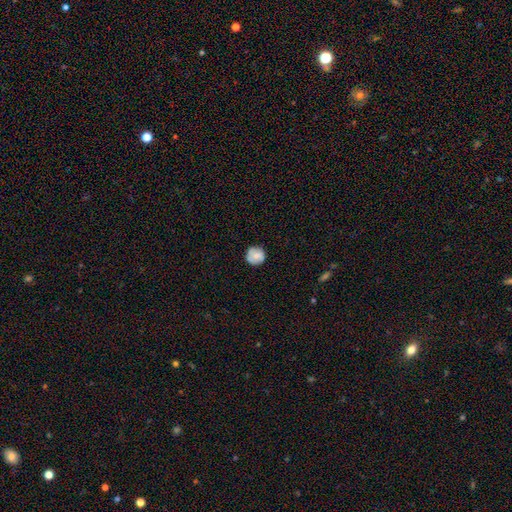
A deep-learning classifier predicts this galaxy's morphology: Q: Smooth or featured?
A: smooth (70%); runner-up: featured or disk (22%)
Q: How rounded?
A: round (90%); runner-up: in between (9%)
Q: Merging?
A: none (77%); runner-up: minor disturbance (17%)